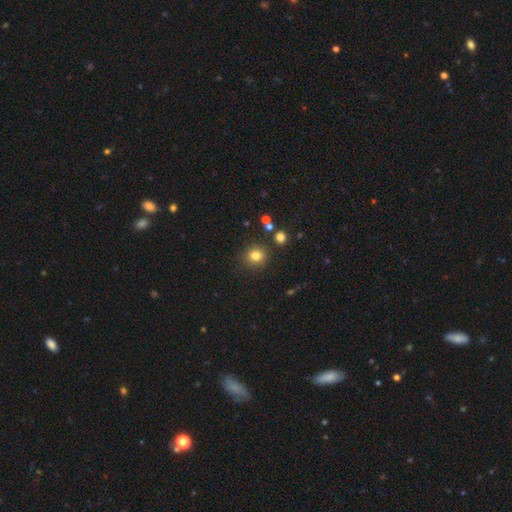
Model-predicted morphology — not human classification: Overall: smooth (80%). How rounded: round (89%). Merging: none (86%).